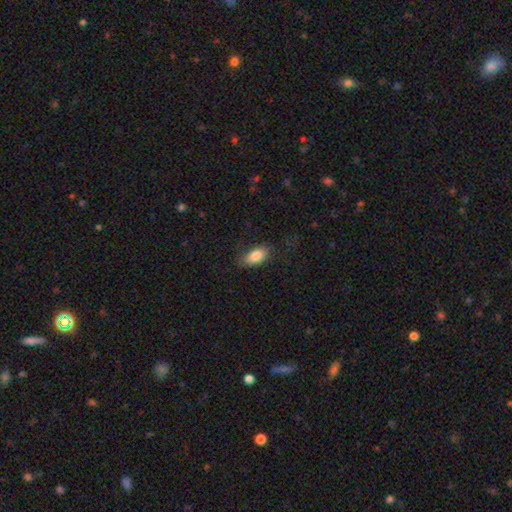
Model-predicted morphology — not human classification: Smooth or featured?
  - smooth: 84% *
  - featured or disk: 9%
  - star or artifact: 7%
How rounded?
  - in between: 91% *
  - cigar-shaped: 5%
  - round: 4%
Merging?
  - none: 76% *
  - minor disturbance: 17%
  - major disturbance: 6%
  - merger: 1%